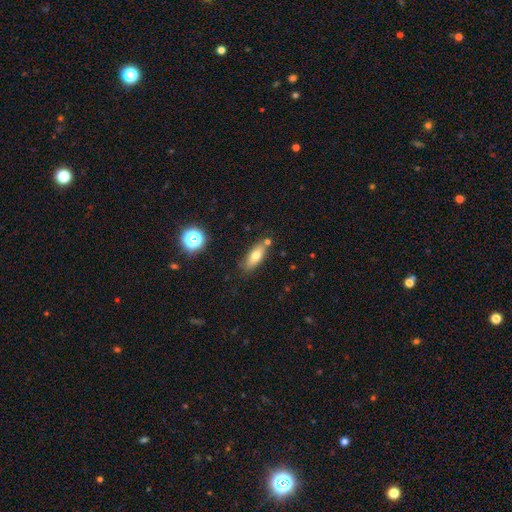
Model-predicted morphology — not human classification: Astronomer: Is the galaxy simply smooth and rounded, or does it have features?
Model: smooth — 70%.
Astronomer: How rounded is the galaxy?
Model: in between — 68%.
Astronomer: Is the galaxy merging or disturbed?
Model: none — 75%.